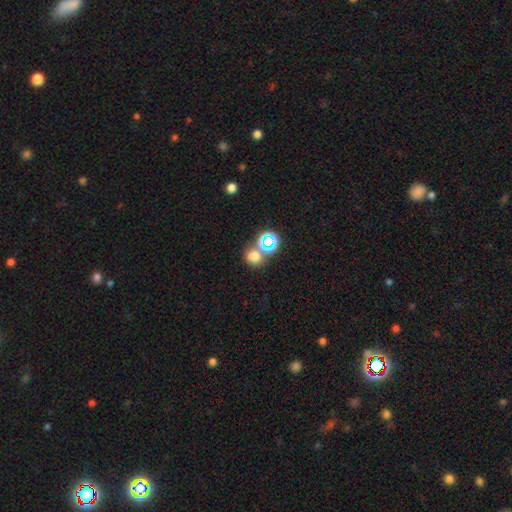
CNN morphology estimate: smooth 65%, star or artifact 27%, featured or disk 8%. Down the decision tree: how rounded — round (65%); merging — none (54%).